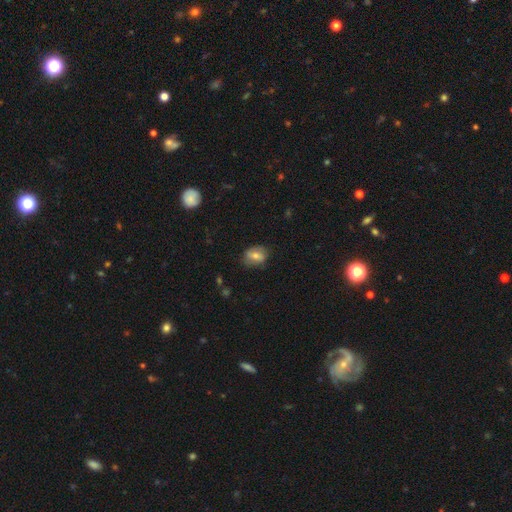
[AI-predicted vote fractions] Q: Smooth or featured?
A: smooth (65%); runner-up: featured or disk (26%)
Q: How rounded?
A: in between (65%); runner-up: round (33%)
Q: Merging?
A: none (74%); runner-up: minor disturbance (19%)